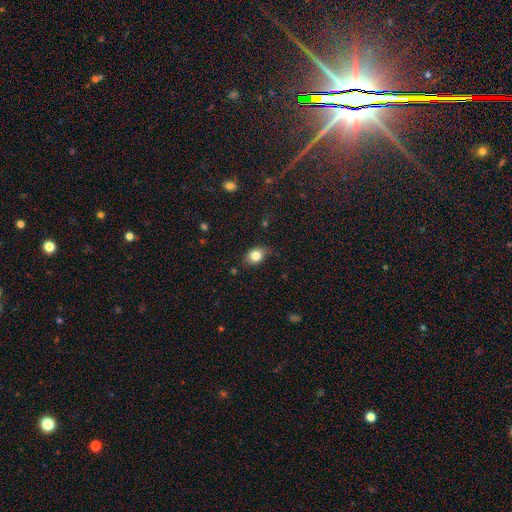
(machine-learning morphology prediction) Smooth or featured: smooth — 82% (star or artifact — 10%)
How rounded: in between — 60% (round — 38%)
Merging: none — 70% (minor disturbance — 23%)